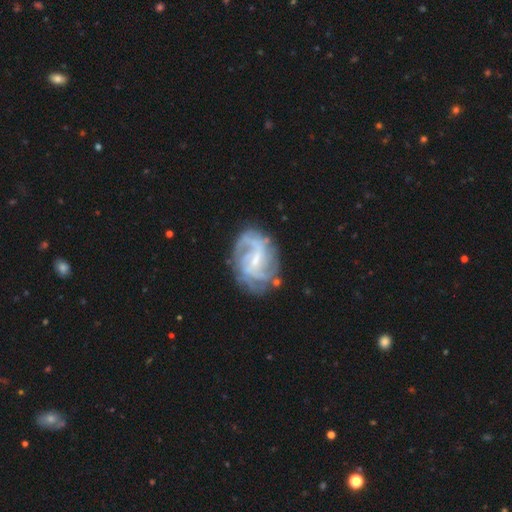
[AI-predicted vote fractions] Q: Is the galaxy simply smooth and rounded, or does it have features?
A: featured or disk — 83%.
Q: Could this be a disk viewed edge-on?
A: no — 97%.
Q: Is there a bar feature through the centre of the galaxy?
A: weak — 53%.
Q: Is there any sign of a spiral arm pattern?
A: yes — 93%.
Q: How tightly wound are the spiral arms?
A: medium — 42%.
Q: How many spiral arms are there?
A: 2 — 41%.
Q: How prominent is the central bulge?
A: small — 65%.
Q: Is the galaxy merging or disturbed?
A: none — 72%.